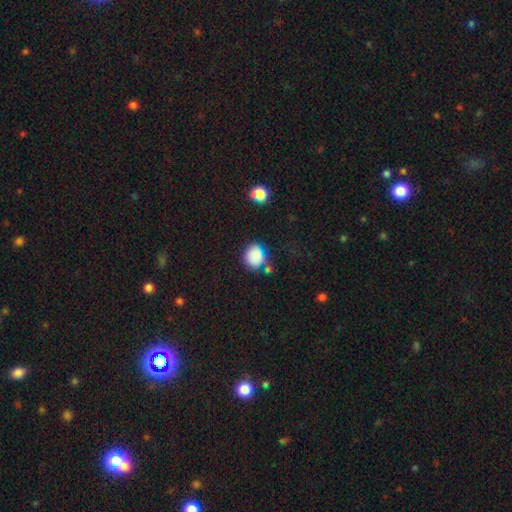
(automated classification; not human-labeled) smooth_or_featured: smooth (p=0.83) [alt: star or artifact p=0.11]
how_rounded: round (p=0.67) [alt: in between p=0.32]
merging: none (p=0.69) [alt: minor disturbance p=0.18]